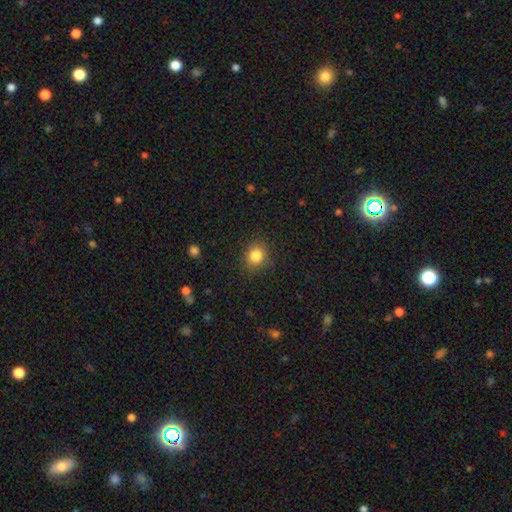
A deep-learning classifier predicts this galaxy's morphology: A smooth galaxy with no disk features (84%) that is round (81%).

Vote fractions:
- Smooth or featured? smooth: 84% / star or artifact: 11% / featured or disk: 5%
- How rounded? round: 81% / in between: 18% / cigar-shaped: 1%
- Merging? none: 86% / minor disturbance: 10% / major disturbance: 3% / merger: 1%